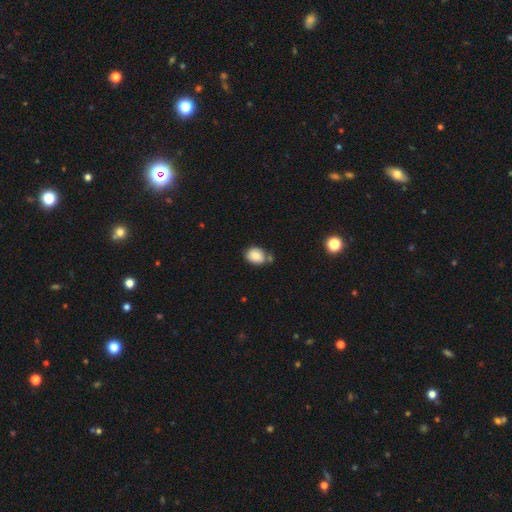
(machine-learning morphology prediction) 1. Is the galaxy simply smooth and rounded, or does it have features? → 85% smooth, 8% star or artifact, 7% featured or disk.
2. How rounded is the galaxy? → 63% in between, 36% round, 1% cigar-shaped.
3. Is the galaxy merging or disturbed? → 57% none, 23% minor disturbance, 15% merger, 5% major disturbance.